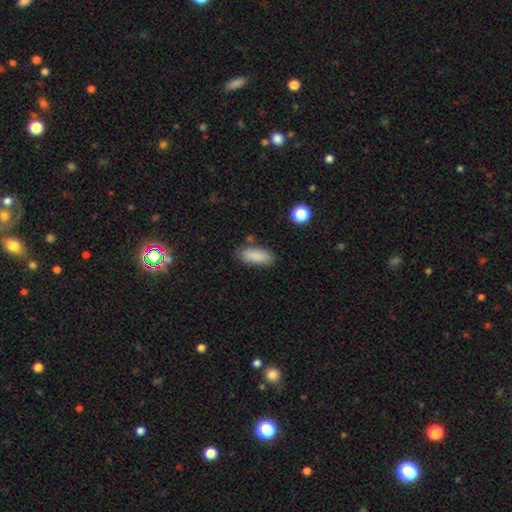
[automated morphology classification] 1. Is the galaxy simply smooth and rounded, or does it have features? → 87% smooth, 8% star or artifact, 5% featured or disk.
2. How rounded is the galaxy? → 75% in between, 23% cigar-shaped, 2% round.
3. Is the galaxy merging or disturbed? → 80% none, 14% minor disturbance, 3% major disturbance, 3% merger.